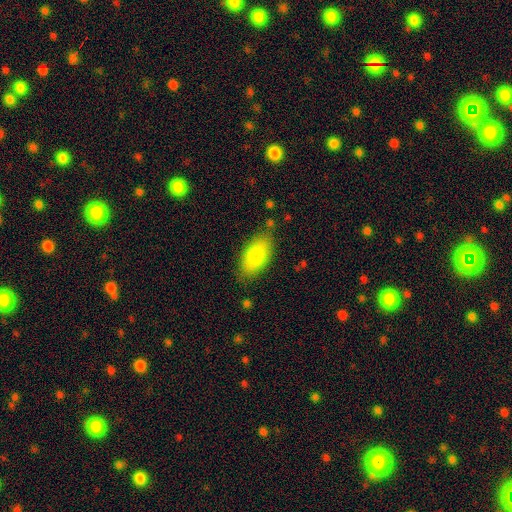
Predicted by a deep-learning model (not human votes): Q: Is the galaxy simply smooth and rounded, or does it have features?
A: smooth — 80%.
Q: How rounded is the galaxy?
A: in between — 92%.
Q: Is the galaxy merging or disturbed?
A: none — 80%.